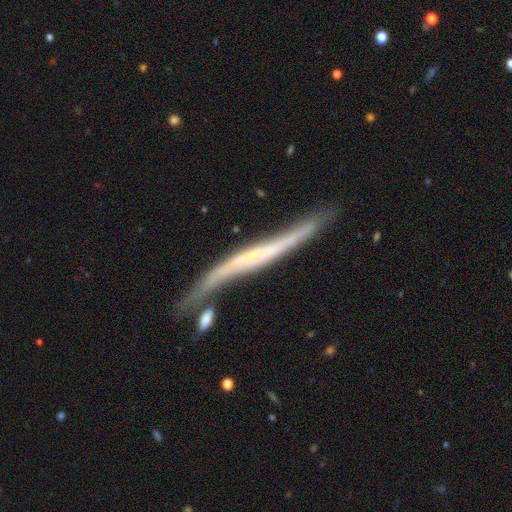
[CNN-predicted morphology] A featured or disk galaxy (76%) viewed edge-on (78%) with no central bulge (65%).

Vote fractions:
- Smooth or featured? featured or disk: 76% / smooth: 18% / star or artifact: 6%
- Edge-on disk? yes: 78% / no: 22%
- Edge-on bulge? none: 65% / rounded: 22% / boxy: 13%
- Merging? none: 49% / minor disturbance: 25% / merger: 15% / major disturbance: 11%